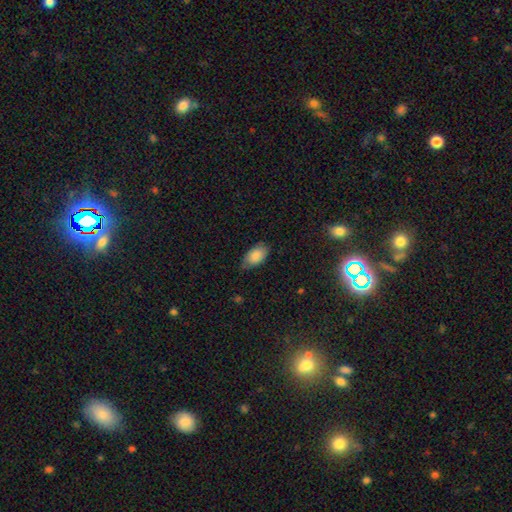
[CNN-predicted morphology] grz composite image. It shows a smooth galaxy with no disk features (84%) that is in between round and cigar-shaped (94%). Merging: none (66%).